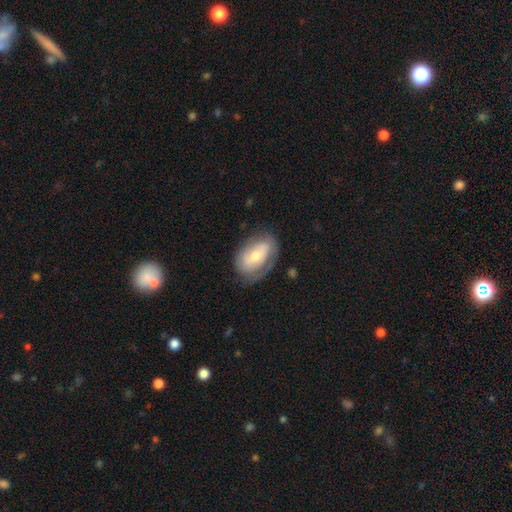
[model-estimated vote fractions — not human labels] Morphology: type=featured or disk (48%); merging=none (65%).